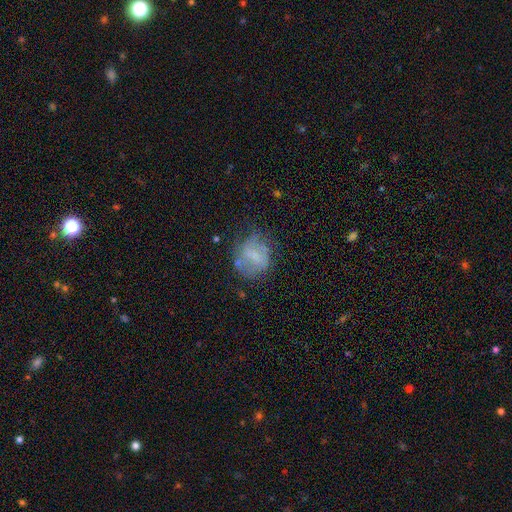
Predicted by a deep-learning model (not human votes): The model was most divided on "smooth or featured": smooth: 48%, featured or disk: 42%, star or artifact: 10%. More confident: merging — none (52%).